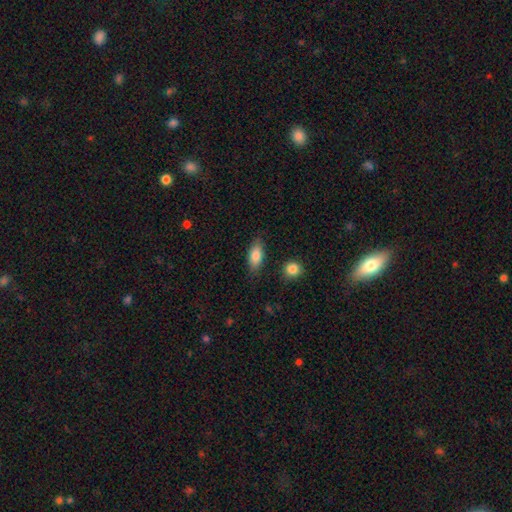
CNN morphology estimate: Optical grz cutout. It shows a smooth galaxy with no disk features (82%) that is in between round and cigar-shaped (83%). Merging: none (82%).